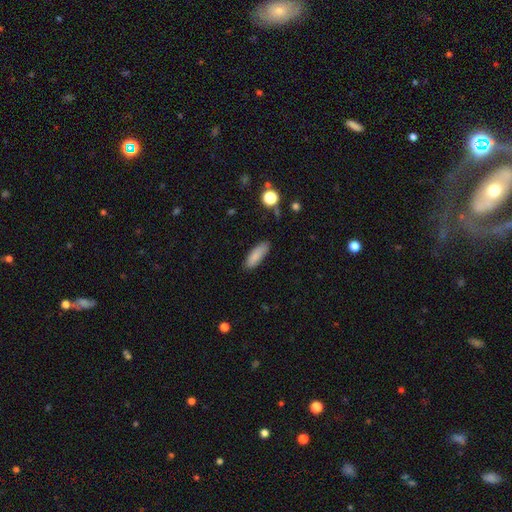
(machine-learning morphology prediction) Smooth or featured?
  - smooth: 85% *
  - star or artifact: 7%
  - featured or disk: 7%
How rounded?
  - in between: 55% *
  - cigar-shaped: 44%
  - round: 2%
Merging?
  - none: 80% *
  - minor disturbance: 15%
  - major disturbance: 3%
  - merger: 2%